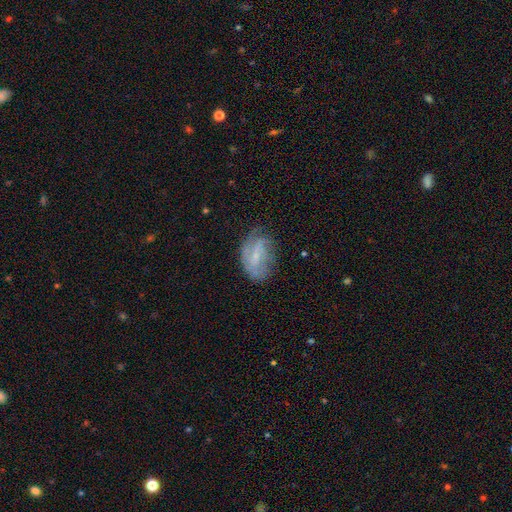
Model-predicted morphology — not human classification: The model was most divided on "spiral winding": tight: 39%, medium: 38%, loose: 23%. Remaining: edge-on disk — no (96%); spiral arms — yes (82%); bulge size — small (66%); smooth or featured — featured or disk (65%); merging — none (58%); bar — weak (50%); spiral arm count — can't tell (37%).